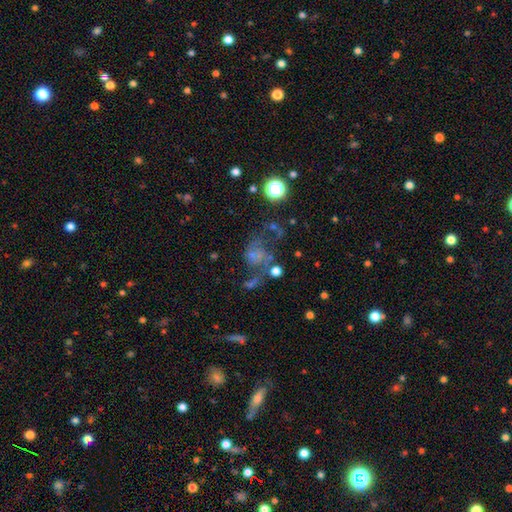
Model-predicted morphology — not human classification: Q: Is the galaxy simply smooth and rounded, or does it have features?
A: featured or disk — 42%.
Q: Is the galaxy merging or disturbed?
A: none — 34%.